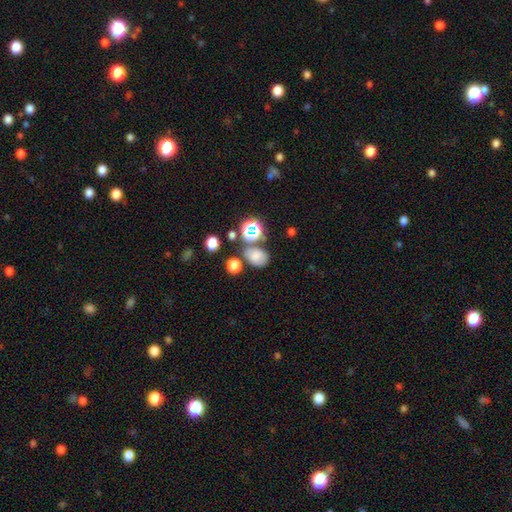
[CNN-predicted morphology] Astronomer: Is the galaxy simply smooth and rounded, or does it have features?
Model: smooth — 69%.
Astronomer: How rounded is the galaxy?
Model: in between — 65%.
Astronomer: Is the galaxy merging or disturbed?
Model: none — 61%.